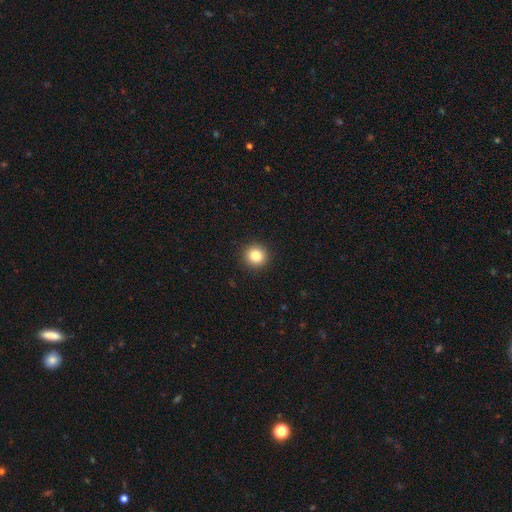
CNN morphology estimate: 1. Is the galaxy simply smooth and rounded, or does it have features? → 84% smooth, 10% star or artifact, 6% featured or disk.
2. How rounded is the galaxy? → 94% round, 5% in between, 1% cigar-shaped.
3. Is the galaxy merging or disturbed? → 93% none, 5% minor disturbance, 2% major disturbance, 1% merger.